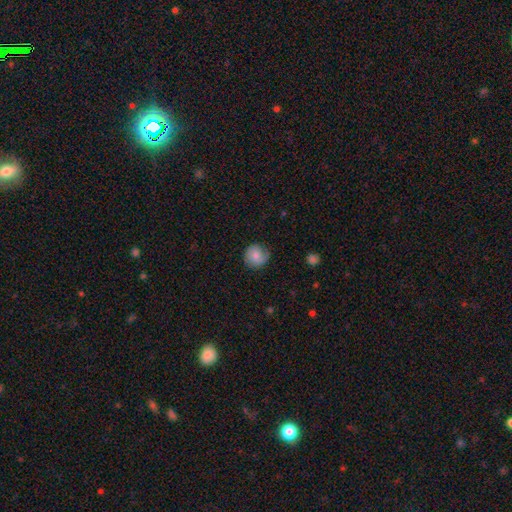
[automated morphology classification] smooth 64%, featured or disk 29%, star or artifact 8%. Down the decision tree: how rounded — round (88%); merging — none (72%).